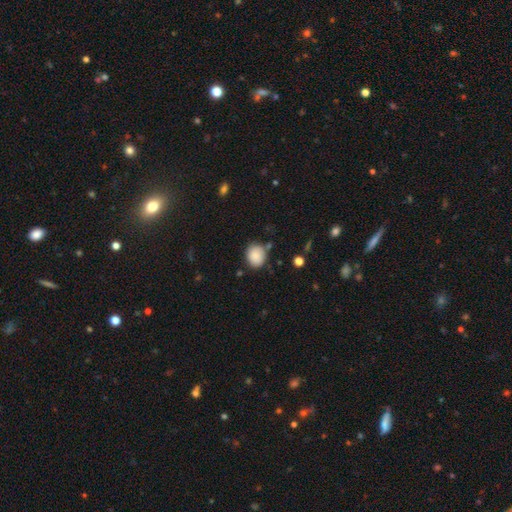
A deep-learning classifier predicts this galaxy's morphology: smooth_or_featured: smooth (p=0.85) [alt: star or artifact p=0.08]
how_rounded: round (p=0.65) [alt: in between p=0.34]
merging: none (p=0.77) [alt: minor disturbance p=0.15]